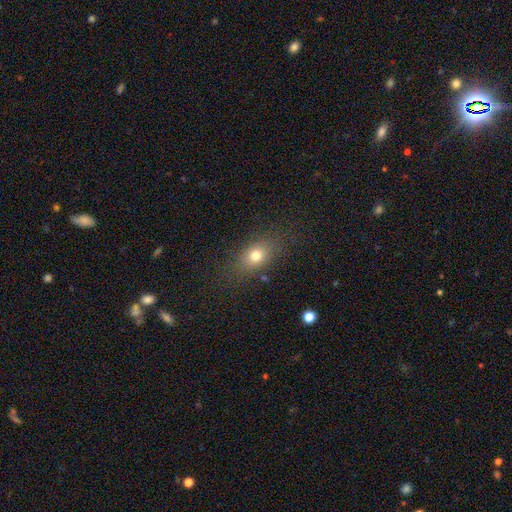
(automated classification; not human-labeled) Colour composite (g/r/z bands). It shows a smooth galaxy with no disk features (74%) that is in between round and cigar-shaped (67%). Merging: none (79%).